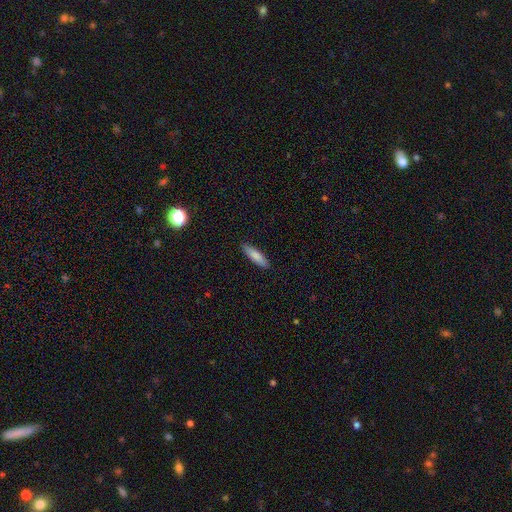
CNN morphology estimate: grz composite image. It shows a smooth galaxy with no disk features (84%) that is cigar-shaped (67%). Merging: none (90%).